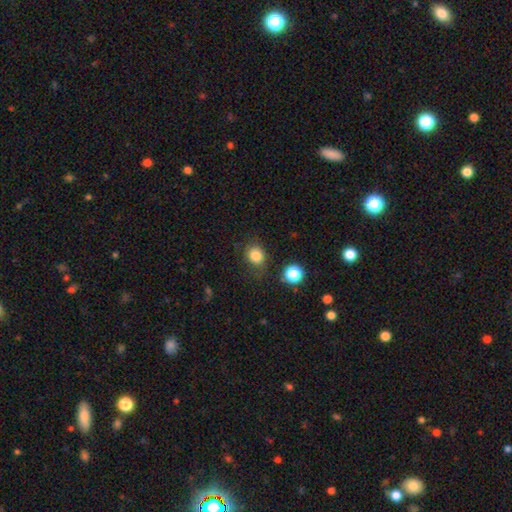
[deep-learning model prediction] Smooth or featured?
  - smooth: 84% *
  - star or artifact: 11%
  - featured or disk: 5%
How rounded?
  - round: 71% *
  - in between: 28%
  - cigar-shaped: 1%
Merging?
  - none: 75% *
  - minor disturbance: 15%
  - major disturbance: 5%
  - merger: 4%